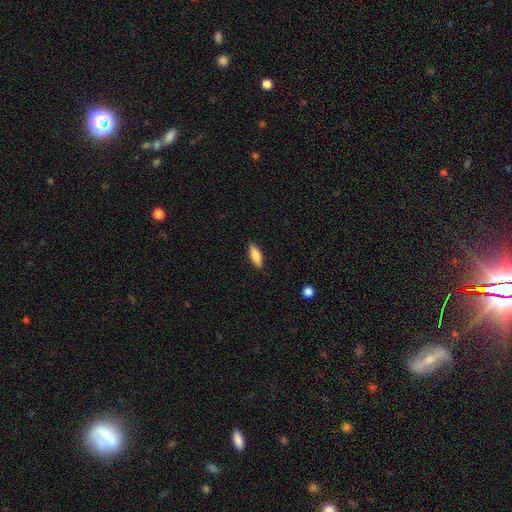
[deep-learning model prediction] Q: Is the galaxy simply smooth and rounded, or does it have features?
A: smooth — 83%.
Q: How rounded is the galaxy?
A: in between — 69%.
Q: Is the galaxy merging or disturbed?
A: none — 85%.